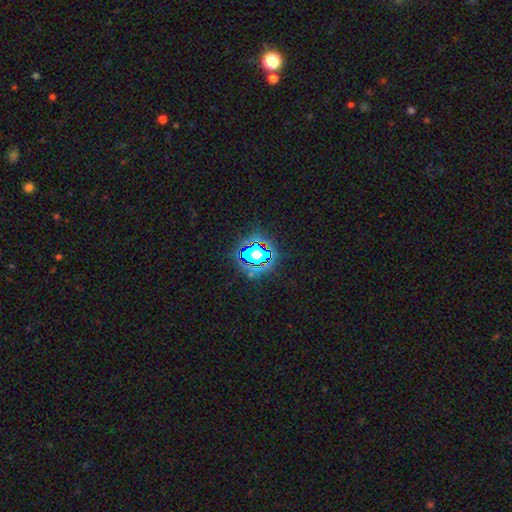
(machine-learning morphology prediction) Smooth or featured? Predicted: star or artifact (p=0.65).